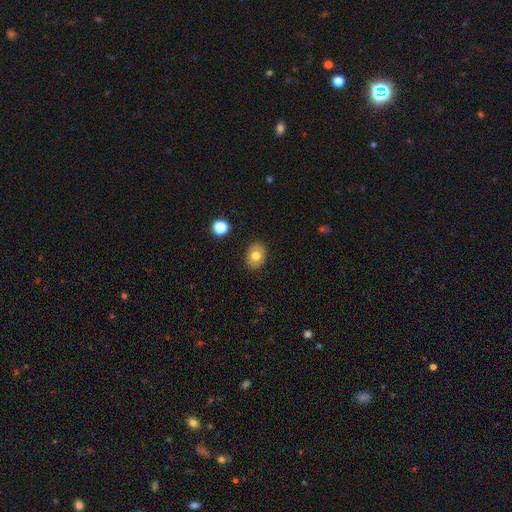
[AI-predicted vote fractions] Smooth or featured: smooth — 75% (featured or disk — 16%)
How rounded: in between — 61% (round — 38%)
Merging: none — 88% (minor disturbance — 9%)